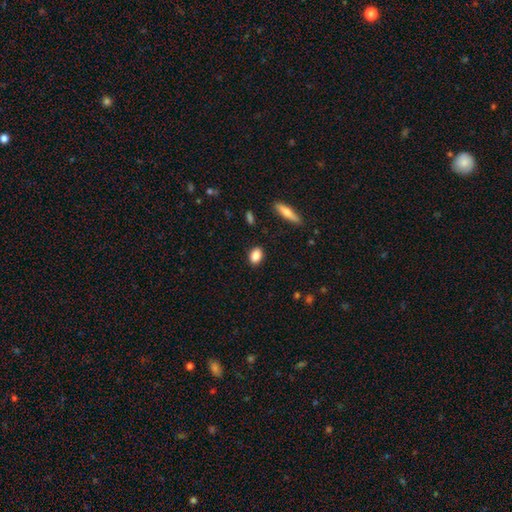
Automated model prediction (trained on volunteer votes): Overall: smooth (87%). How rounded: in between (81%). Merging: none (88%).